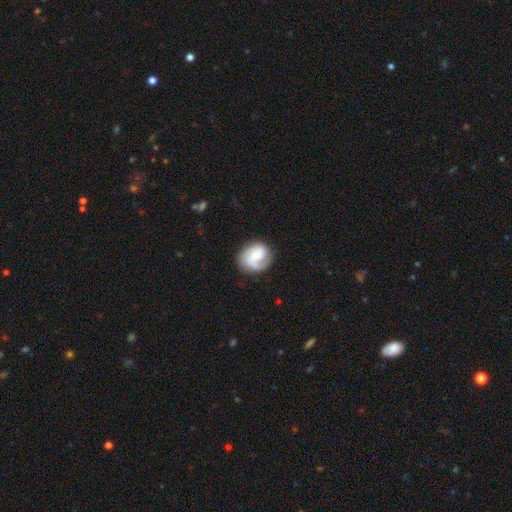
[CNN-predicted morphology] Overall: featured or disk (72%). Edge-on disk: no (98%). Bar: no (56%; weak 37%). Spiral arms: yes (94%). Spiral arm count: 2 (62%). Spiral winding: medium (43%; tight 39%). Bulge size: moderate (52%; small 40%). Merging: none (75%).